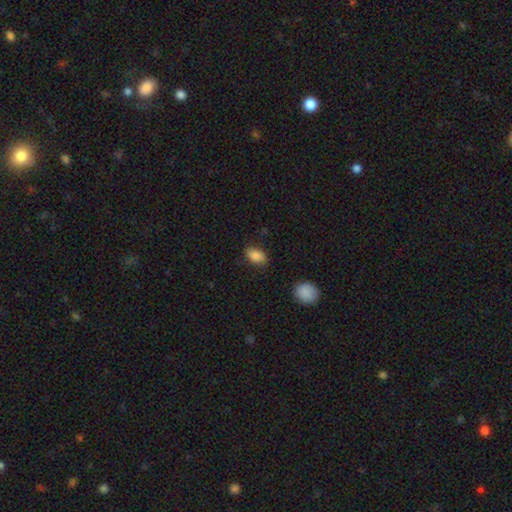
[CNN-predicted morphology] Q: Smooth or featured?
A: smooth (86%); runner-up: star or artifact (8%)
Q: How rounded?
A: in between (89%); runner-up: round (9%)
Q: Merging?
A: none (80%); runner-up: minor disturbance (15%)